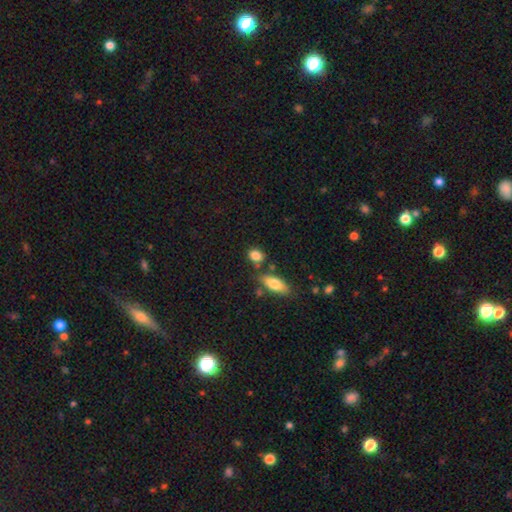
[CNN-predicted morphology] This appears to be a smooth galaxy with no disk features (84%) that is in between round and cigar-shaped (61%). Merging: none (67%).